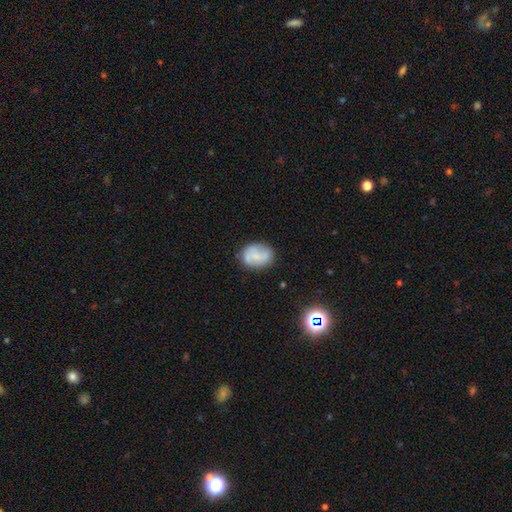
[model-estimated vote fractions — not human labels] Smooth or featured? Predicted: smooth (p=0.59). How rounded? Predicted: in between (p=0.59). Merging? Predicted: none (p=0.71).